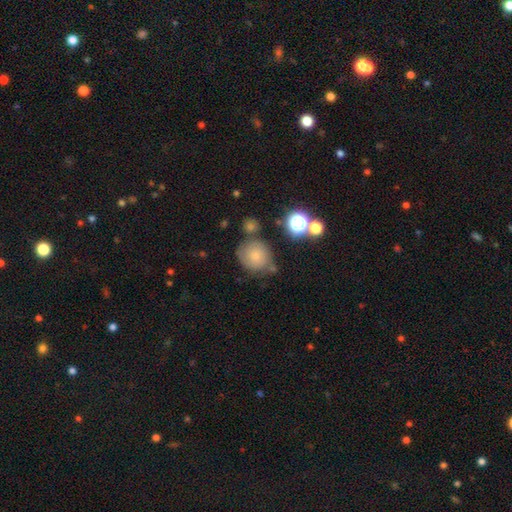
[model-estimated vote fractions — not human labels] A smooth galaxy with no disk features (67%) that is round (82%).

Vote fractions:
- Smooth or featured? smooth: 67% / featured or disk: 20% / star or artifact: 13%
- How rounded? round: 82% / in between: 17% / cigar-shaped: 1%
- Merging? none: 60% / minor disturbance: 21% / merger: 12% / major disturbance: 8%